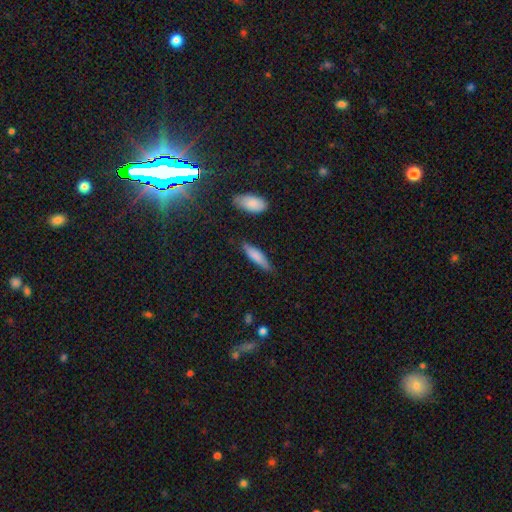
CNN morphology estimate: A smooth galaxy with no disk features (75%) that is cigar-shaped (68%).

Vote fractions:
- Smooth or featured? smooth: 75% / featured or disk: 18% / star or artifact: 6%
- How rounded? cigar-shaped: 68% / in between: 31% / round: 2%
- Merging? none: 74% / minor disturbance: 20% / major disturbance: 4% / merger: 3%